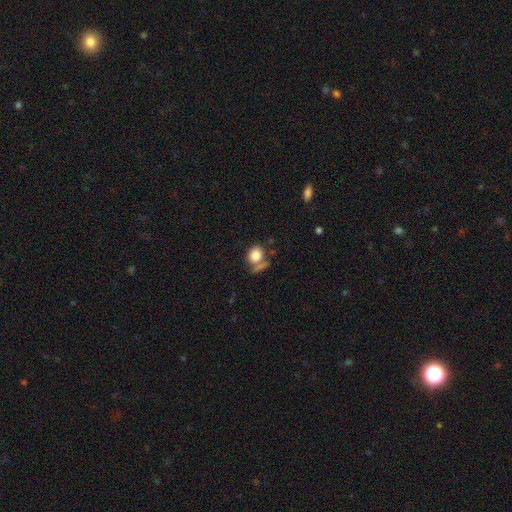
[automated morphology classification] Q: Smooth or featured?
A: smooth (83%); runner-up: star or artifact (9%)
Q: How rounded?
A: round (64%); runner-up: in between (35%)
Q: Merging?
A: none (52%); runner-up: merger (21%)